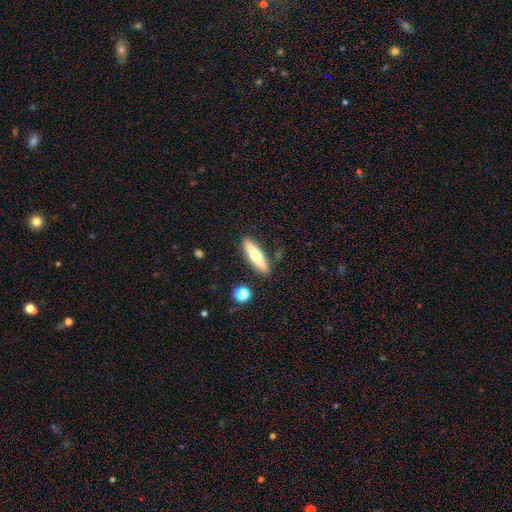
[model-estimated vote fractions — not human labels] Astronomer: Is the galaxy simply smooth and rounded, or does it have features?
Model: smooth — 47% (runner-up: featured or disk, 46%).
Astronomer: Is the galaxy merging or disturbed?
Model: none — 88%.